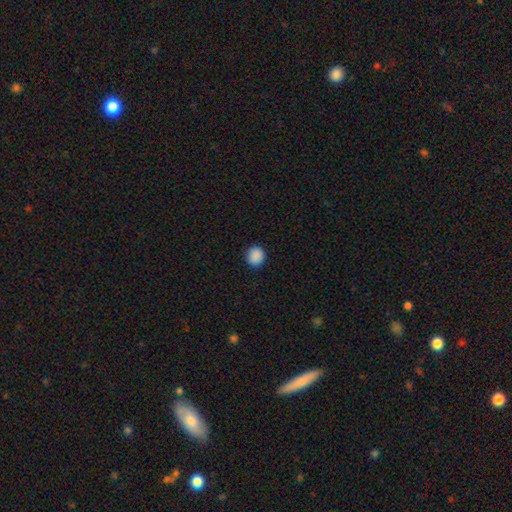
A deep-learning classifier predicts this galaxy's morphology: Smooth or featured? Predicted: smooth (p=0.89). How rounded? Predicted: round (p=0.89). Merging? Predicted: none (p=0.91).